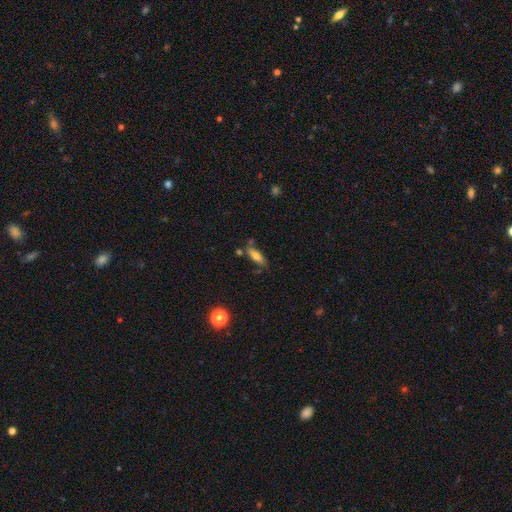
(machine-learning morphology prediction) smooth 67%, featured or disk 23%, star or artifact 9%. Down the decision tree: how rounded — in between (50%); merging — none (65%).